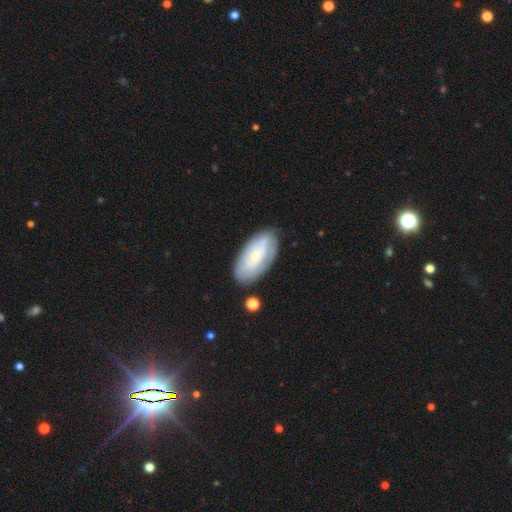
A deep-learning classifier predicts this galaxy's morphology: Smooth or featured: smooth — 51% (featured or disk — 43%)
How rounded: in between — 92% (cigar-shaped — 6%)
Merging: none — 75% (minor disturbance — 17%)